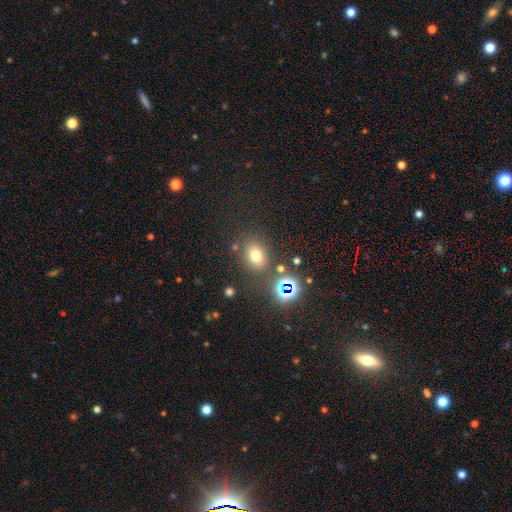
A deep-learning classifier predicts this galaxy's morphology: Q: Smooth or featured?
A: smooth (68%); runner-up: star or artifact (23%)
Q: How rounded?
A: in between (54%); runner-up: round (45%)
Q: Merging?
A: none (75%); runner-up: minor disturbance (12%)